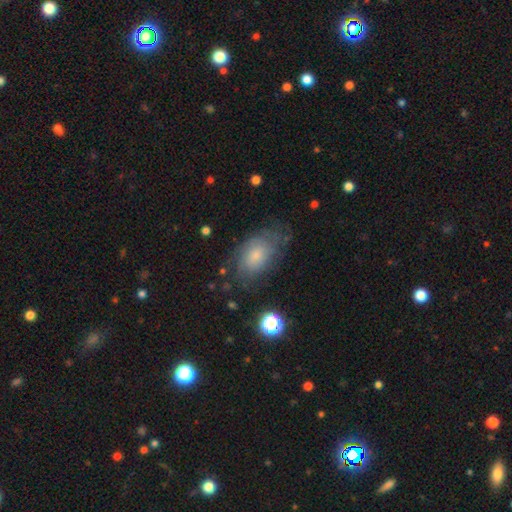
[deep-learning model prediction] smooth-or-featured: smooth: 58% | featured or disk: 32% | star or artifact: 10%
  how-rounded: in between: 89% | round: 10% | cigar-shaped: 2%
  merging: none: 60% | minor disturbance: 25% | major disturbance: 13% | merger: 2%